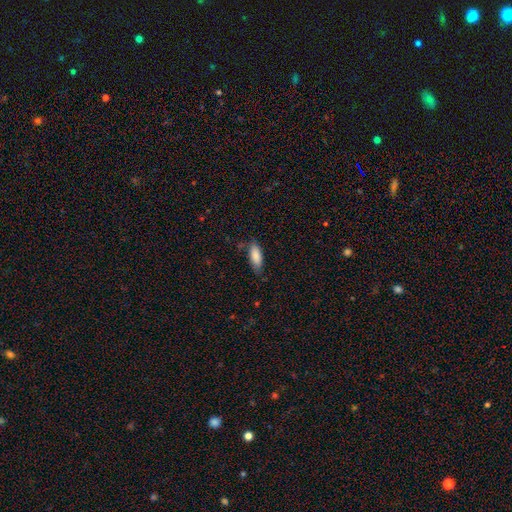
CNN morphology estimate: A smooth galaxy with no disk features (85%) that is in between round and cigar-shaped (72%). Merging: none (73%).